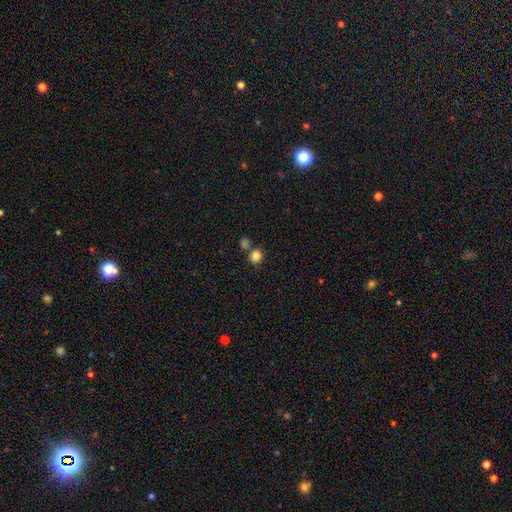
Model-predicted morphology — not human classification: This is clearly a smooth galaxy (84%). How rounded: clearly round (85%). Merging: likely none (66%).